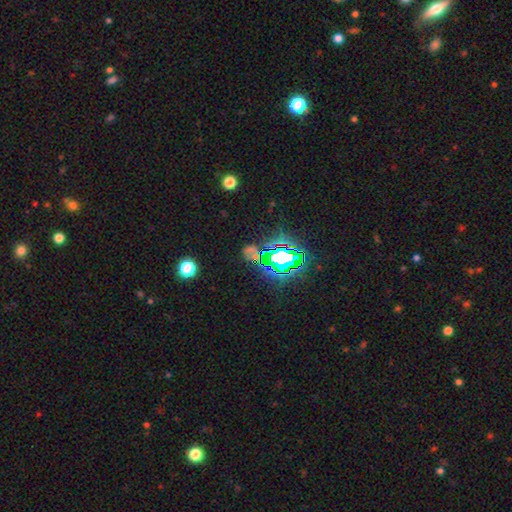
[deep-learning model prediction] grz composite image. It shows a star or artifact, not a galaxy (71%).